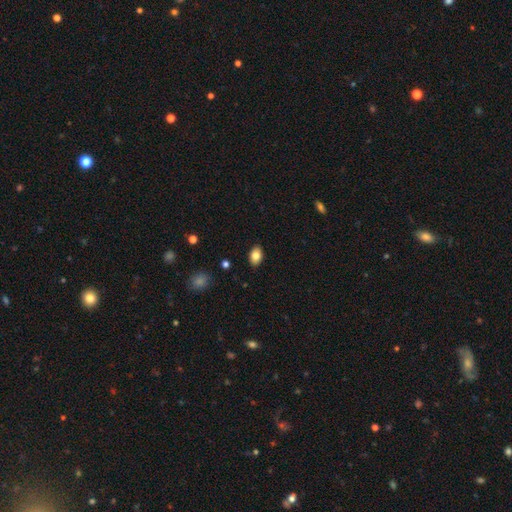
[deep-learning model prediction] A smooth galaxy with no disk features (82%) that is in between round and cigar-shaped (87%). Merging: none (88%).